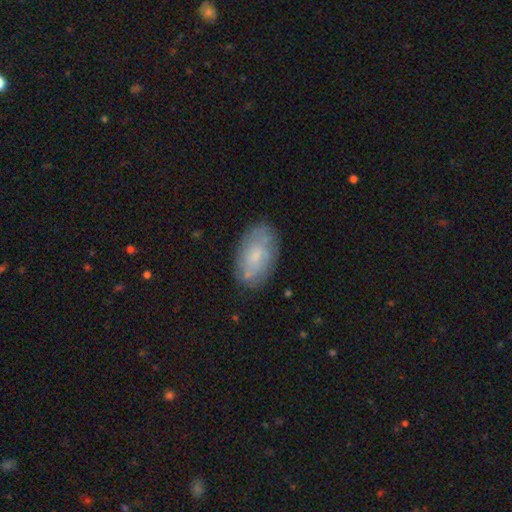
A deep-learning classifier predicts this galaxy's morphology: Smooth or featured? smooth (49%)
Merging? none (76%)